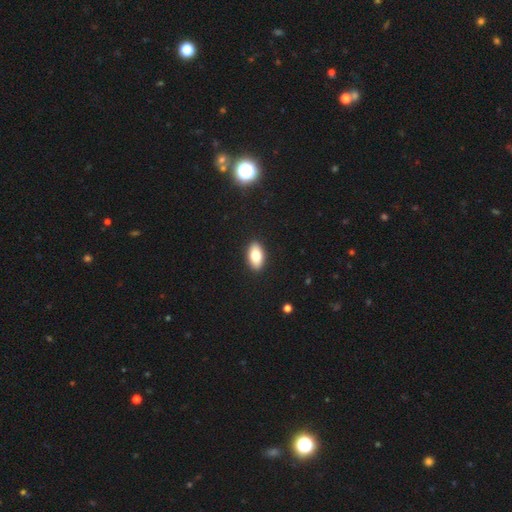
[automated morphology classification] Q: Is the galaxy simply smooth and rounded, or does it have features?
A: smooth — 78%.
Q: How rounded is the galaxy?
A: in between — 92%.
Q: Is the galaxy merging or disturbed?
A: none — 91%.